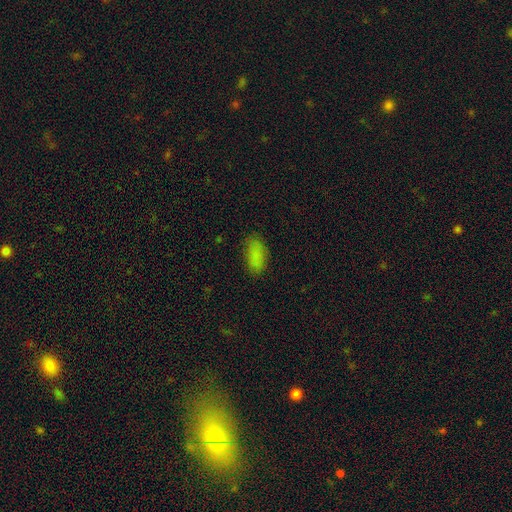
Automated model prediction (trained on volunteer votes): Q: Smooth or featured?
A: smooth (84%); runner-up: star or artifact (10%)
Q: How rounded?
A: in between (91%); runner-up: cigar-shaped (6%)
Q: Merging?
A: none (80%); runner-up: minor disturbance (15%)